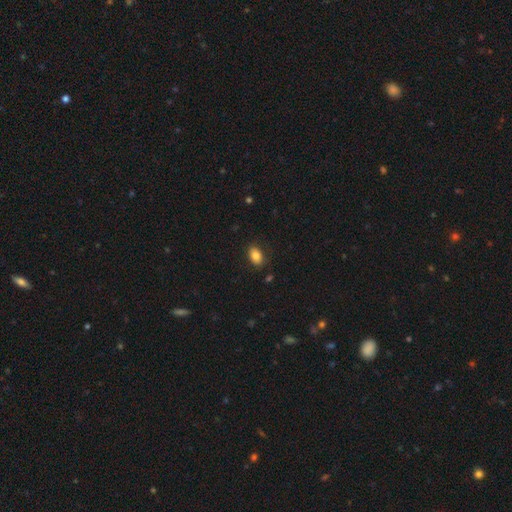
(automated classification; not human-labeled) Smooth or featured?
  - smooth: 82% *
  - featured or disk: 9%
  - star or artifact: 8%
How rounded?
  - in between: 85% *
  - round: 14%
  - cigar-shaped: 1%
Merging?
  - none: 84% *
  - minor disturbance: 12%
  - major disturbance: 3%
  - merger: 1%